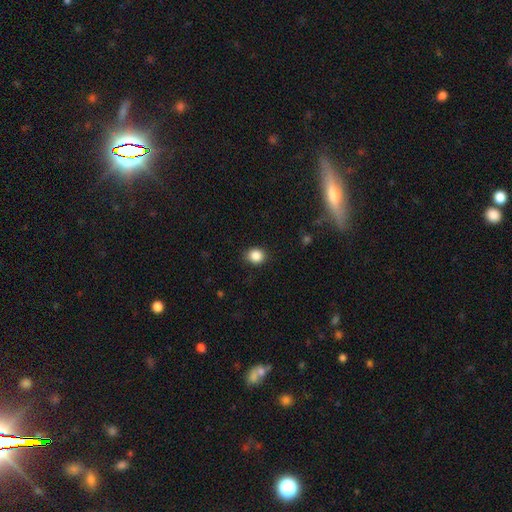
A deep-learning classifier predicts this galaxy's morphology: This is clearly a smooth galaxy (87%). How rounded: likely round (75%). Merging: clearly none (87%).